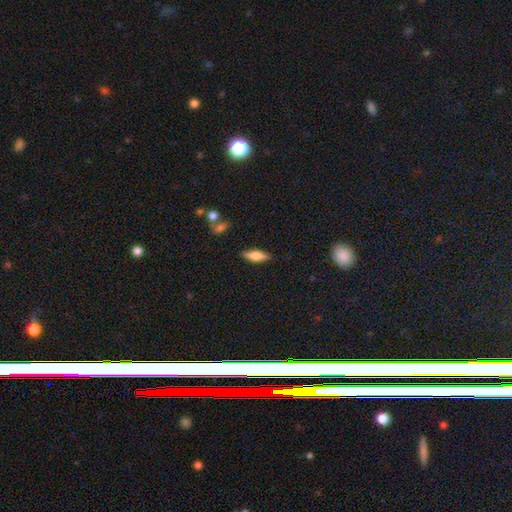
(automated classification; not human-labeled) smooth-or-featured: smooth: 62% | featured or disk: 31% | star or artifact: 7%
  how-rounded: in between: 53% | cigar-shaped: 45% | round: 2%
  merging: none: 84% | minor disturbance: 11% | major disturbance: 3% | merger: 2%